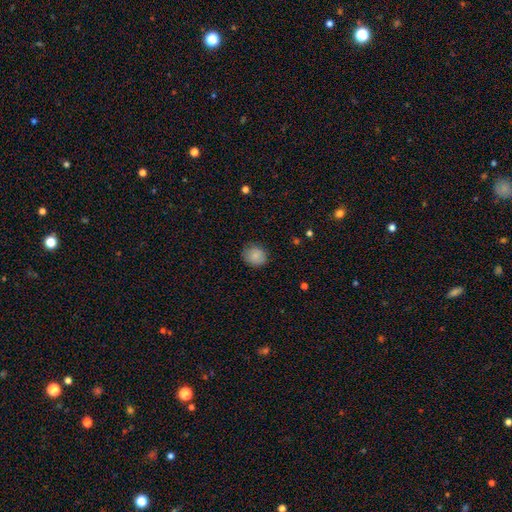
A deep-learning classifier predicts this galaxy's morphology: smooth-or-featured: smooth: 86% | star or artifact: 8% | featured or disk: 6%
  how-rounded: round: 73% | in between: 26% | cigar-shaped: 1%
  merging: none: 83% | minor disturbance: 13% | major disturbance: 3% | merger: 1%